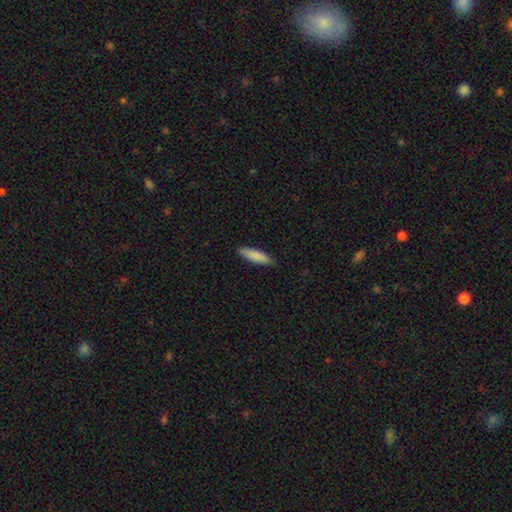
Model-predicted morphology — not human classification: This appears to be a smooth galaxy with no disk features (86%) that is cigar-shaped (69%). Merging: none (88%).